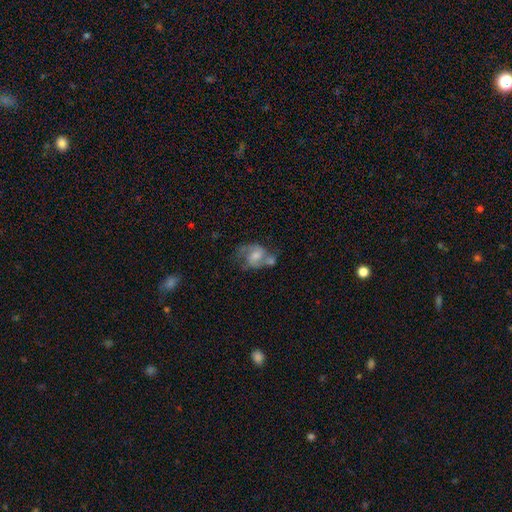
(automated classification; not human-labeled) The model was most divided on "merging": none: 34%, merger: 29%, minor disturbance: 20%, major disturbance: 17%. Remaining: edge-on disk — no (97%); spiral arms — yes (84%); spiral arm count — 2 (81%); smooth or featured — featured or disk (64%); bar — no (53%); spiral winding — medium (50%); bulge size — moderate (49%).